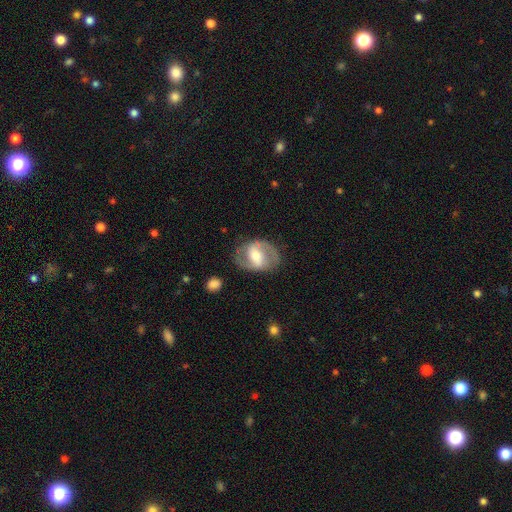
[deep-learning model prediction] Overall: featured or disk (72%). Edge-on disk: no (96%). Bar: strong (41%; weak 39%). Spiral arms: yes (76%). Spiral arm count: 2 (85%). Spiral winding: medium (51%; tight 25%). Bulge size: moderate (62%; small 27%). Merging: none (78%).